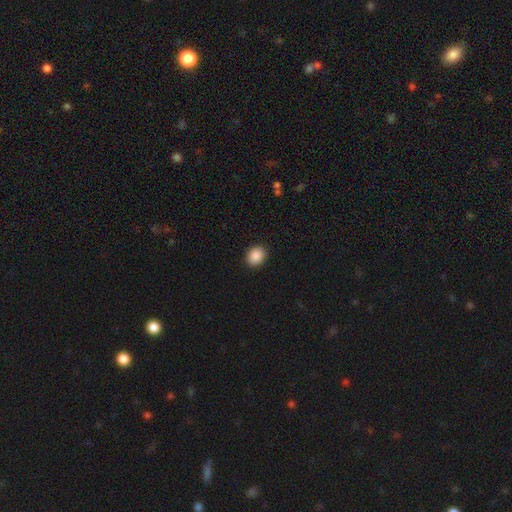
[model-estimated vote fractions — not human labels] Smooth or featured? Predicted: smooth (p=0.89). How rounded? Predicted: round (p=0.55). Merging? Predicted: none (p=0.91).